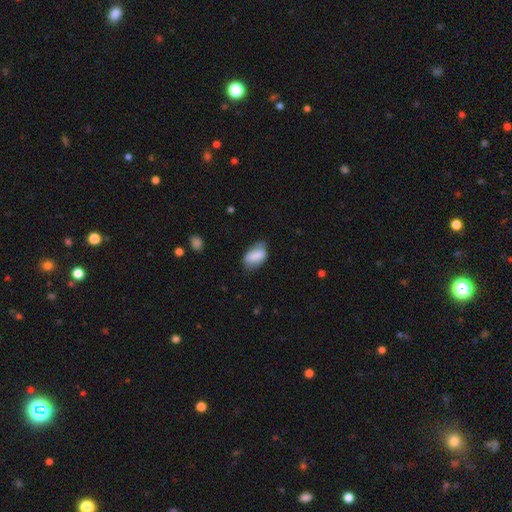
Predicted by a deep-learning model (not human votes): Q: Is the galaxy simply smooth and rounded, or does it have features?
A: smooth — 75%.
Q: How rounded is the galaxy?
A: in between — 89%.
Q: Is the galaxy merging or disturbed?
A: none — 59%.